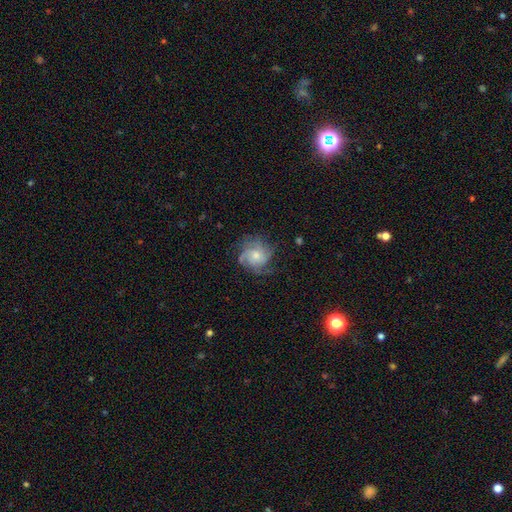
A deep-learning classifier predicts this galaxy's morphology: smooth_or_featured: featured or disk (p=0.75) [alt: smooth p=0.17]
disk_edge_on: no (p=0.98) [alt: yes p=0.02]
bar: no (p=0.76) [alt: weak p=0.21]
has_spiral_arms: yes (p=0.94) [alt: no p=0.06]
spiral_winding: tight (p=0.49) [alt: medium p=0.38]
spiral_arm_count: can't tell (p=0.27) [alt: 3 p=0.25]
bulge_size: moderate (p=0.52) [alt: small p=0.38]
merging: none (p=0.69) [alt: minor disturbance p=0.19]